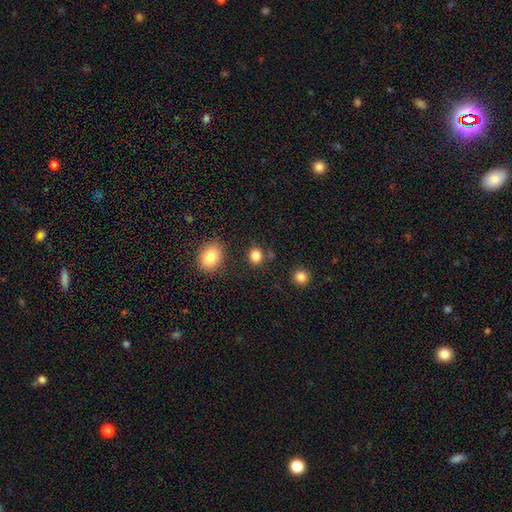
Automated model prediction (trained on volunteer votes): Q: Smooth or featured?
A: smooth (84%); runner-up: star or artifact (12%)
Q: How rounded?
A: round (72%); runner-up: in between (27%)
Q: Merging?
A: none (82%); runner-up: minor disturbance (9%)